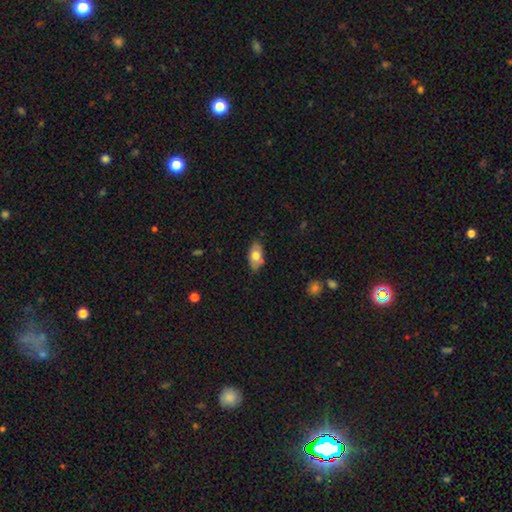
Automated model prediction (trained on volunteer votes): smooth_or_featured: smooth (p=0.67) [alt: featured or disk p=0.26]
how_rounded: in between (p=0.91) [alt: round p=0.05]
merging: none (p=0.79) [alt: minor disturbance p=0.16]